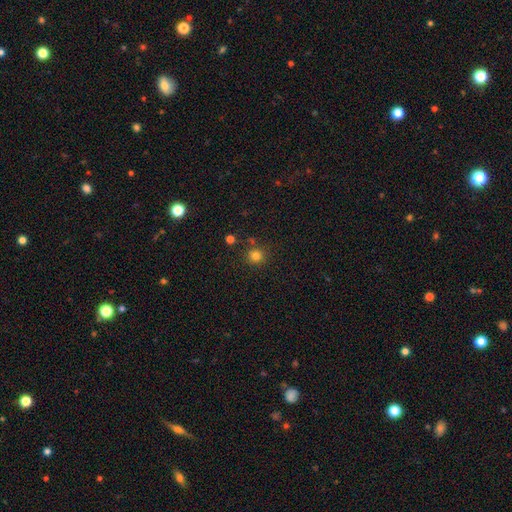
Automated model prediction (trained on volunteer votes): Smooth or featured: smooth — 80% (star or artifact — 15%)
How rounded: round — 92% (in between — 7%)
Merging: none — 82% (minor disturbance — 9%)